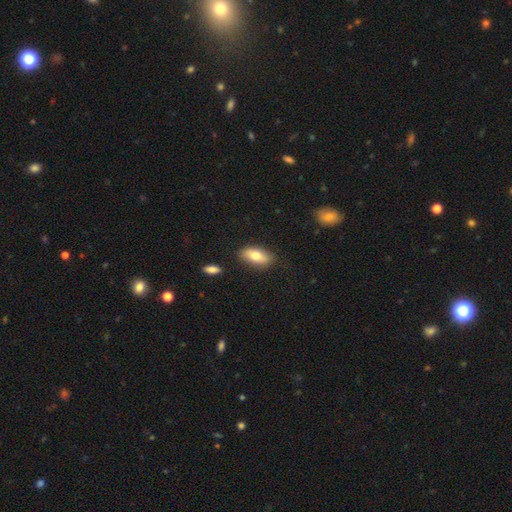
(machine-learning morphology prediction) smooth 76%, featured or disk 17%, star or artifact 7%. Down the decision tree: how rounded — in between (85%); merging — none (83%).